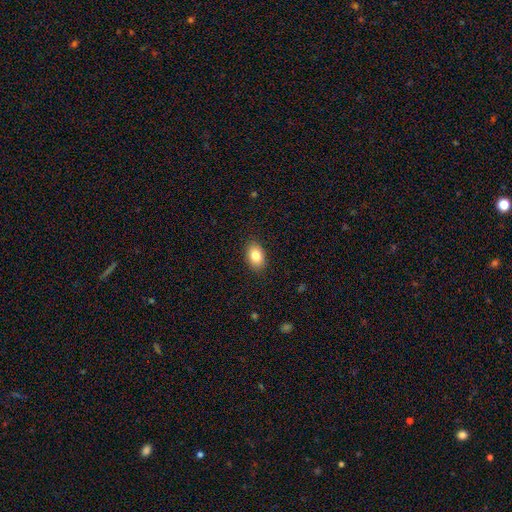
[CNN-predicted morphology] smooth_or_featured: smooth (p=0.83) [alt: featured or disk p=0.08]
how_rounded: in between (p=0.85) [alt: round p=0.14]
merging: none (p=0.88) [alt: minor disturbance p=0.09]